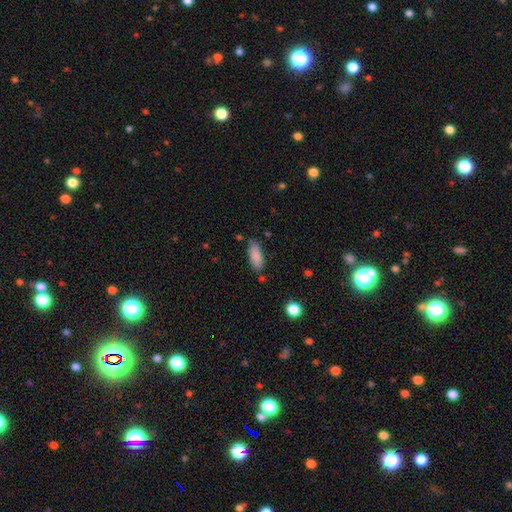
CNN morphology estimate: Smooth or featured: smooth — 87% (star or artifact — 7%)
How rounded: in between — 75% (cigar-shaped — 24%)
Merging: none — 76% (minor disturbance — 16%)